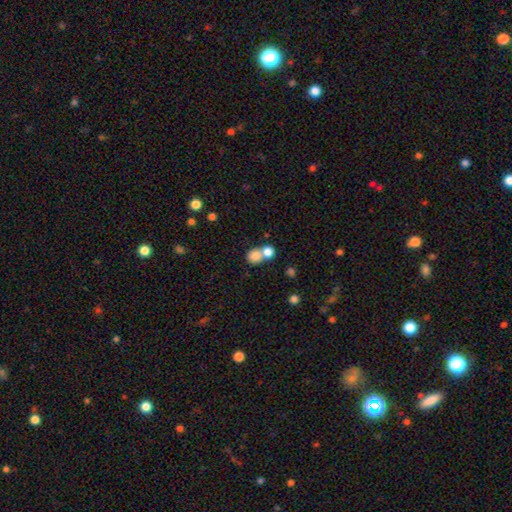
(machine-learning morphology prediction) This appears to be a smooth galaxy with no disk features (81%) that is round (81%). Merging: merger (53%).